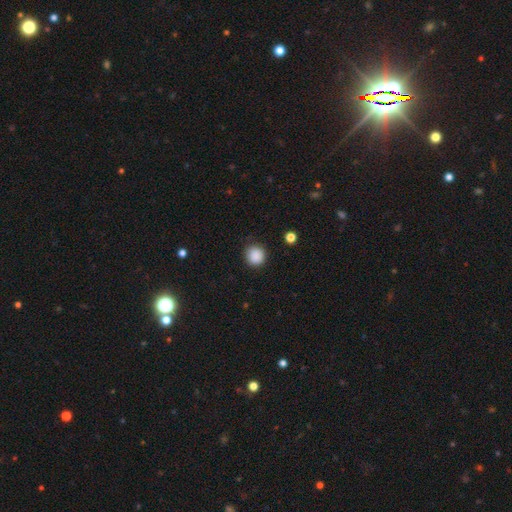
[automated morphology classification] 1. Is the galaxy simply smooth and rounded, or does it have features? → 88% smooth, 9% star or artifact, 3% featured or disk.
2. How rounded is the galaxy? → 93% round, 6% in between, 1% cigar-shaped.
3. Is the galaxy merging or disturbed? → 88% none, 8% minor disturbance, 3% major disturbance, 1% merger.